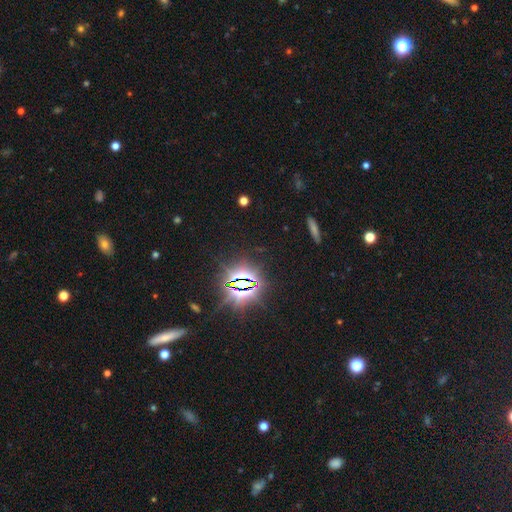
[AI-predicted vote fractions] This is likely a star or artifact rather than a galaxy (77%).